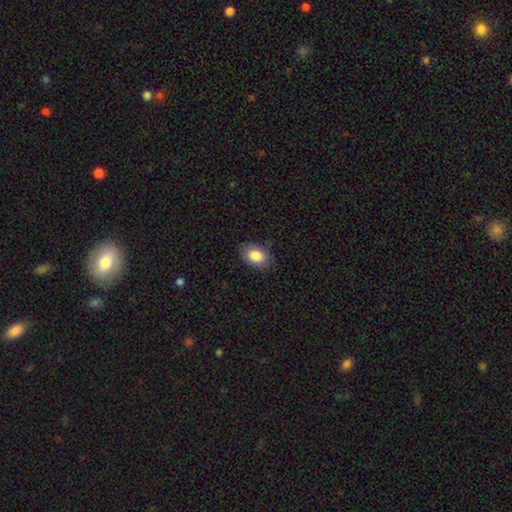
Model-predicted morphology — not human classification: type=smooth (87%); roundness=in between (82%); merging=none (82%).